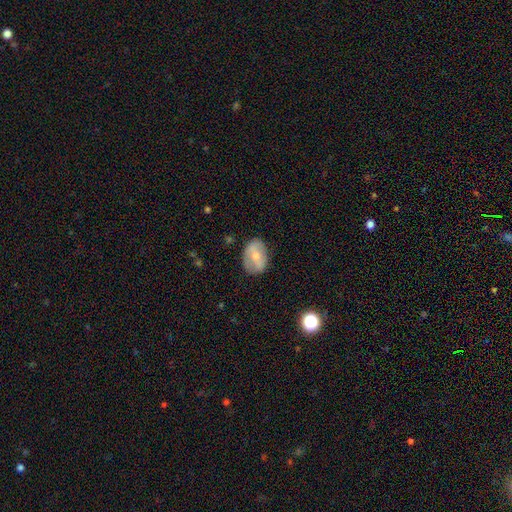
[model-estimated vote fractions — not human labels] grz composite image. It shows a smooth galaxy with no disk features (51%) that is in between round and cigar-shaped (75%). Merging: none (78%).